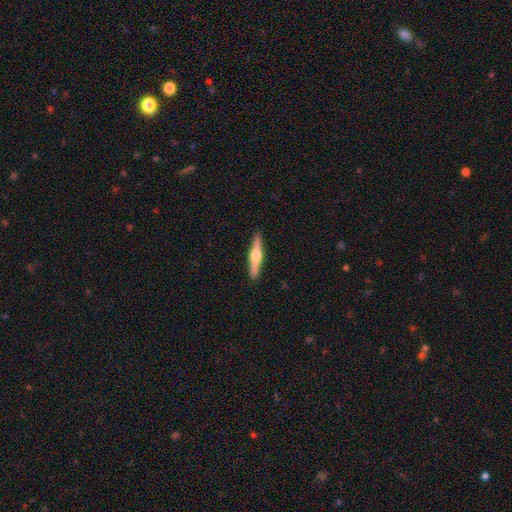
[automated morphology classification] Smooth or featured? featured or disk (63%)
Edge-on disk? yes (97%)
Edge-on bulge? rounded (93%)
Merging? none (91%)